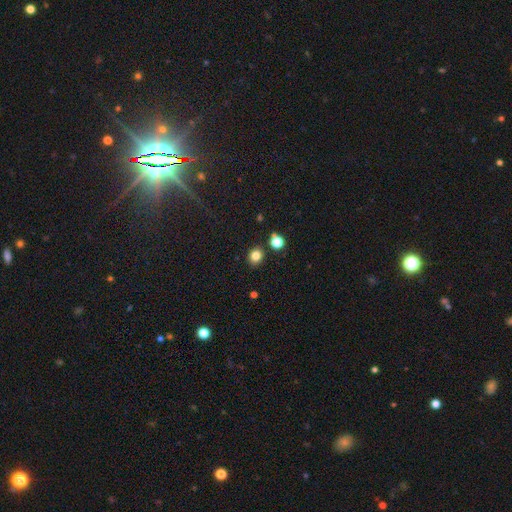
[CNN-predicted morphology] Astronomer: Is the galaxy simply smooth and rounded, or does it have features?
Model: smooth — 81%.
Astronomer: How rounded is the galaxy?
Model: round — 76%.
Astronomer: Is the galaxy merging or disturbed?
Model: none — 85%.